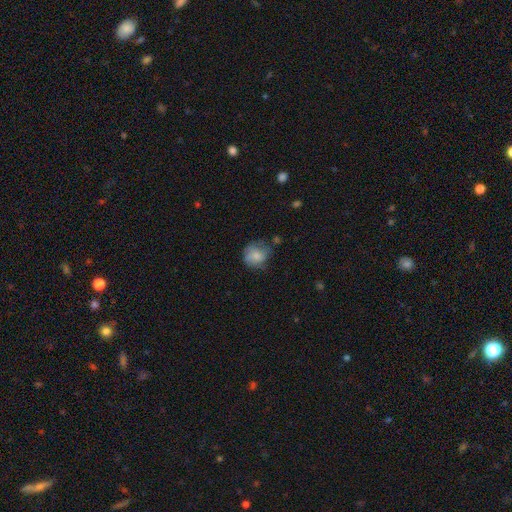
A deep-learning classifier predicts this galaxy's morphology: The model was most divided on "merging": none: 54%, minor disturbance: 29%, major disturbance: 14%, merger: 4%. More confident: how rounded — round (72%); smooth or featured — smooth (69%).